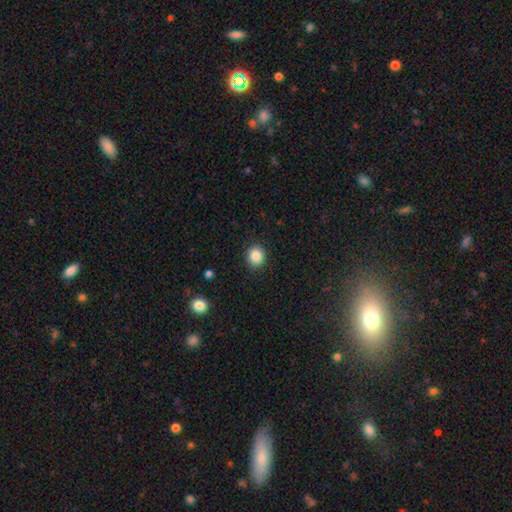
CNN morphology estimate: The model was most divided on "how rounded": round: 81%, in between: 19%, cigar-shaped: 1%. More confident: merging — none (90%); smooth or featured — smooth (87%).